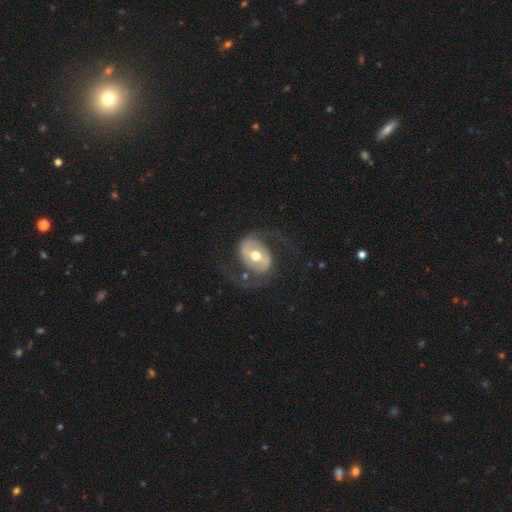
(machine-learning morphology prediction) Smooth or featured: featured or disk — 80% (smooth — 15%)
Edge-on disk: no — 97% (yes — 3%)
Bar: weak — 36% (no — 34%)
Spiral arms: yes — 82% (no — 18%)
Spiral winding: loose — 46% (medium — 40%)
Spiral arm count: 2 — 91% (can't tell — 4%)
Bulge size: moderate — 77% (large — 13%)
Merging: none — 70% (major disturbance — 16%)